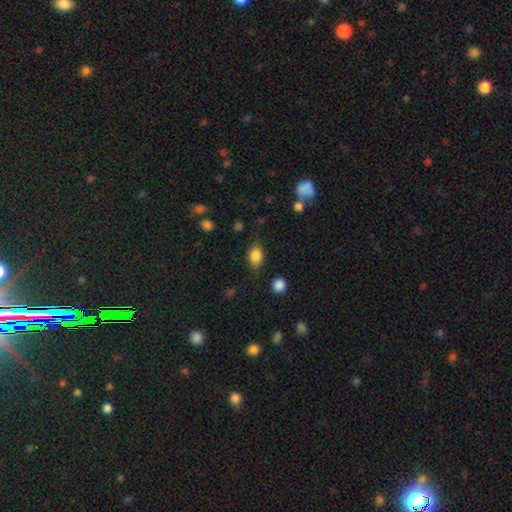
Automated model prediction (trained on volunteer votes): Morphology: type=smooth (84%); roundness=in between (78%); merging=none (77%).